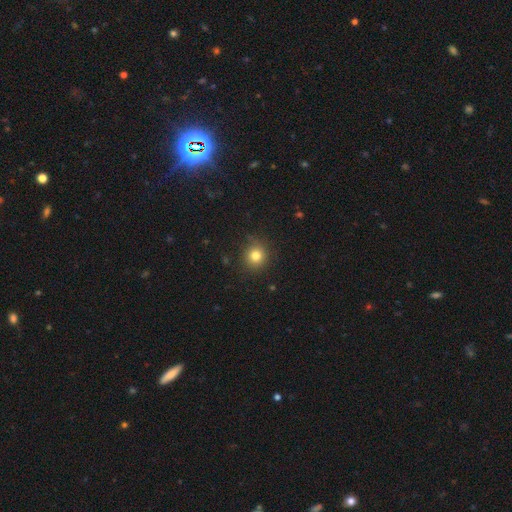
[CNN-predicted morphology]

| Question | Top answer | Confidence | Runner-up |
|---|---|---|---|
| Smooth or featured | smooth | 80% | star or artifact (14%) |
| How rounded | round | 90% | in between (9%) |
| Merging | none | 86% | minor disturbance (10%) |